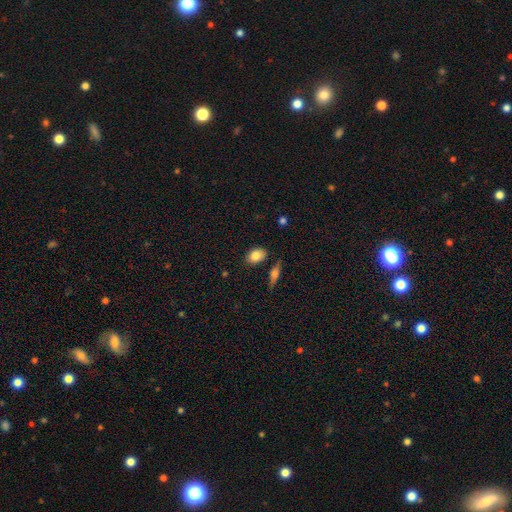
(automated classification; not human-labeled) smooth_or_featured: smooth (p=0.82) [alt: featured or disk p=0.11]
how_rounded: in between (p=0.81) [alt: round p=0.16]
merging: none (p=0.80) [alt: minor disturbance p=0.12]